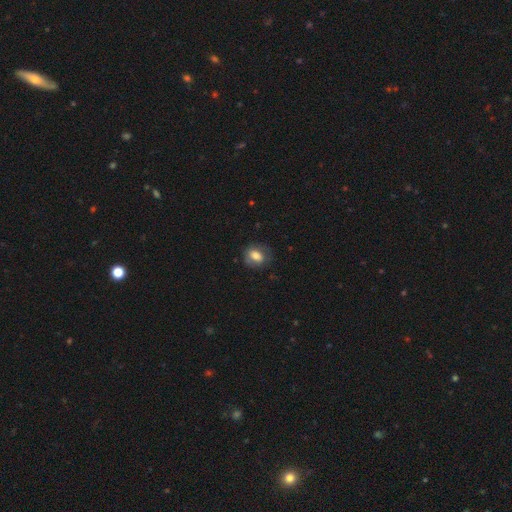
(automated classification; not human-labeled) smooth 71%, featured or disk 21%, star or artifact 8%. Down the decision tree: how rounded — in between (66%); merging — none (71%).